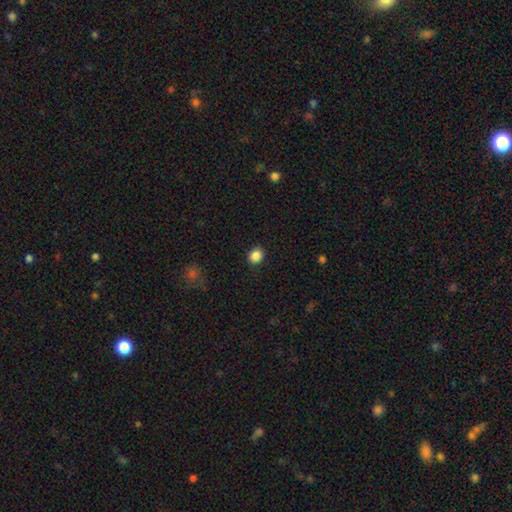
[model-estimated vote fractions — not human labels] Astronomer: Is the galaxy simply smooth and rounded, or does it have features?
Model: smooth — 87%.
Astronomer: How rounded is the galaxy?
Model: round — 70%.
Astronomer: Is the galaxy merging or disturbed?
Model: none — 89%.